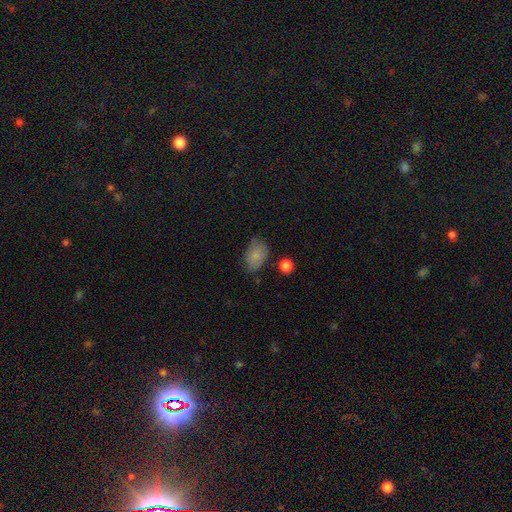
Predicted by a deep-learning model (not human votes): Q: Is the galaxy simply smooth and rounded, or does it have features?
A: smooth — 82%.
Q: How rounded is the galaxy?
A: in between — 86%.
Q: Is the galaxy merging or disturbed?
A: none — 68%.